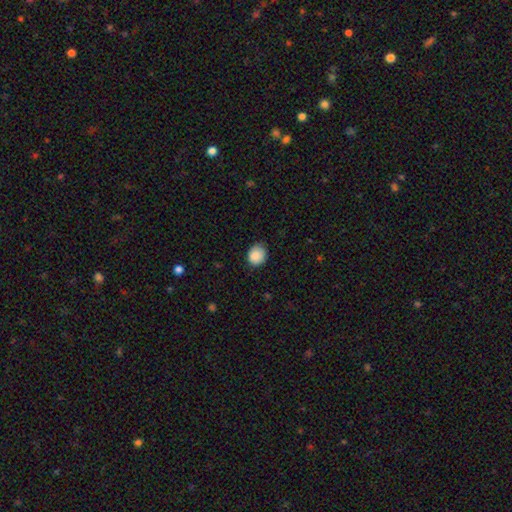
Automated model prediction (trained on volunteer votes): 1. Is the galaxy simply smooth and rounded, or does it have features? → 88% smooth, 8% star or artifact, 3% featured or disk.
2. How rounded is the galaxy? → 70% round, 29% in between, 1% cigar-shaped.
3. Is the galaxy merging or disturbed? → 78% none, 18% minor disturbance, 3% major disturbance, 1% merger.